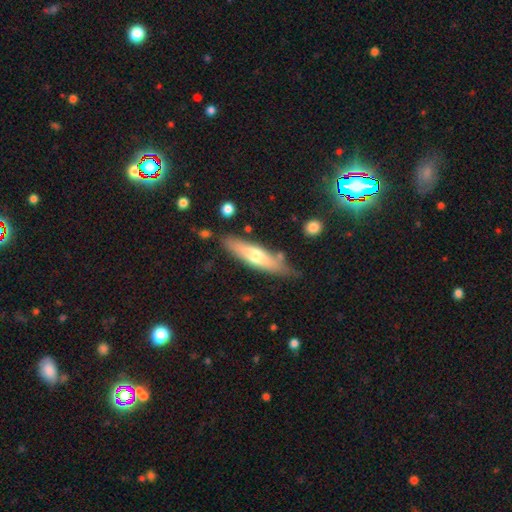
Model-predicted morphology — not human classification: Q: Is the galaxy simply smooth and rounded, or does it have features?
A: smooth — 52%.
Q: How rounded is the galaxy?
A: cigar-shaped — 72%.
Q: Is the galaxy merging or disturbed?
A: none — 74%.